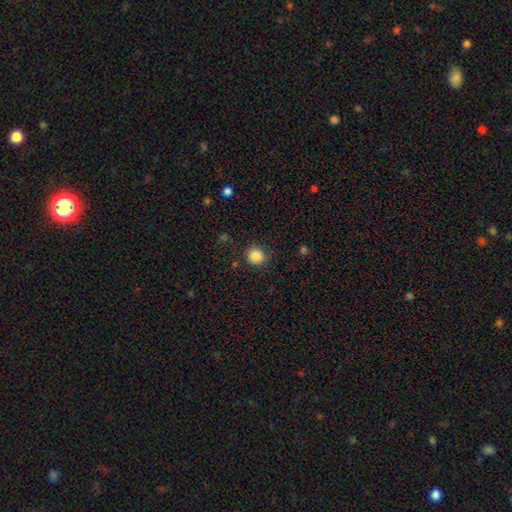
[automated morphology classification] Smooth or featured?
  - smooth: 86% *
  - star or artifact: 10%
  - featured or disk: 3%
How rounded?
  - round: 91% *
  - in between: 8%
  - cigar-shaped: 1%
Merging?
  - none: 87% *
  - minor disturbance: 9%
  - major disturbance: 3%
  - merger: 2%